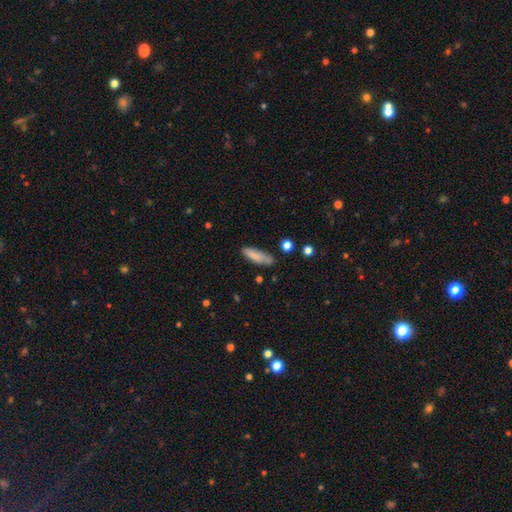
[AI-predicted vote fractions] smooth 81%, featured or disk 12%, star or artifact 7%. Down the decision tree: how rounded — cigar-shaped (58%); merging — none (66%).